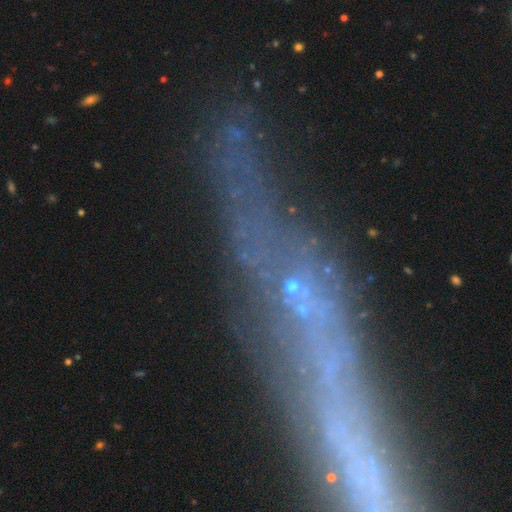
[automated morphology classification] smooth_or_featured: featured or disk (p=0.40) [alt: star or artifact p=0.36]
merging: none (p=0.64) [alt: minor disturbance p=0.16]